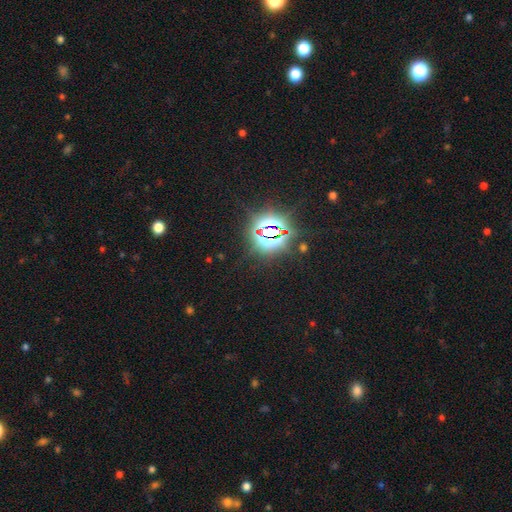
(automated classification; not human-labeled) smooth-or-featured: star or artifact: 84% | smooth: 9% | featured or disk: 6%